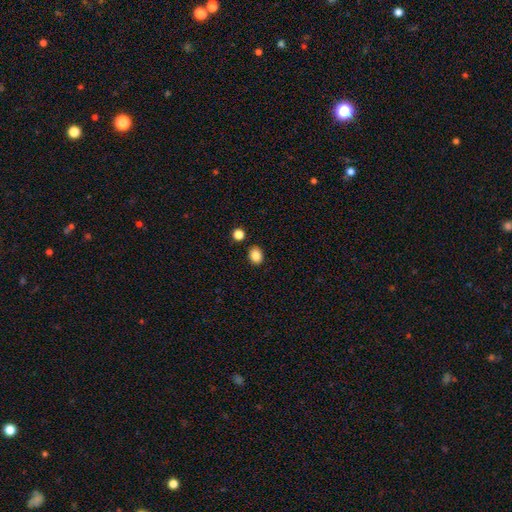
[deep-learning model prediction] smooth_or_featured: smooth (p=0.86) [alt: star or artifact p=0.10]
how_rounded: in between (p=0.52) [alt: round p=0.47]
merging: none (p=0.86) [alt: minor disturbance p=0.08]